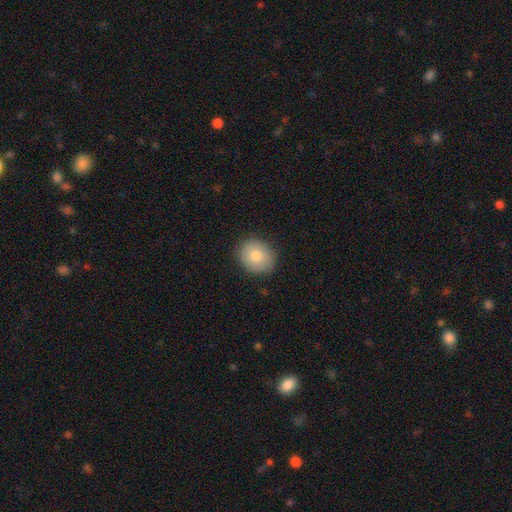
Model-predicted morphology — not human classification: A smooth galaxy with no disk features (79%) that is round (68%).

Vote fractions:
- Smooth or featured? smooth: 79% / featured or disk: 13% / star or artifact: 8%
- How rounded? round: 68% / in between: 31% / cigar-shaped: 1%
- Merging? none: 88% / minor disturbance: 9% / major disturbance: 2% / merger: 1%